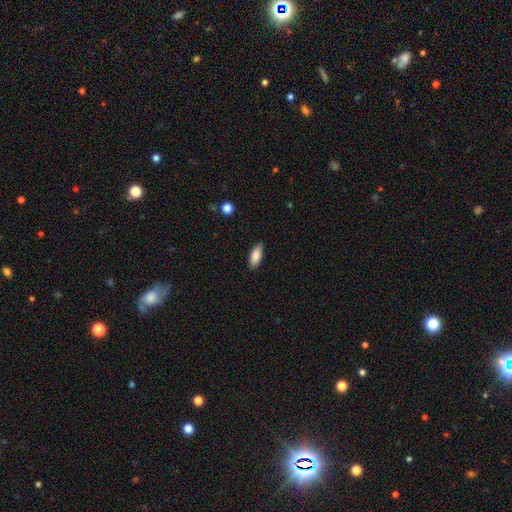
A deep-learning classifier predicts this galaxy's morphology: The model was most divided on "how rounded": in between: 85%, cigar-shaped: 12%, round: 2%. More confident: smooth or featured — smooth (86%); merging — none (86%).